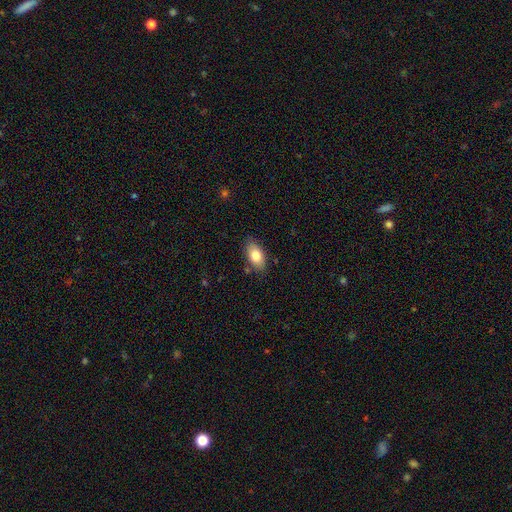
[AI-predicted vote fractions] smooth 80%, featured or disk 13%, star or artifact 7%. Down the decision tree: how rounded — in between (92%); merging — none (81%).